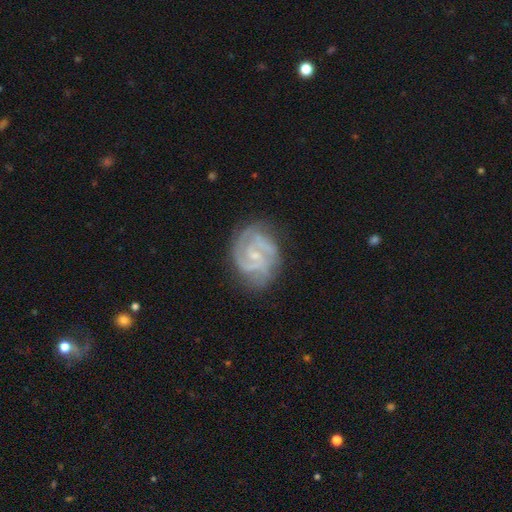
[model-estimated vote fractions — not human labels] This appears to be a featured or disk galaxy (87%) with a weak bar (48%), 2 (48%) tight (50%) spiral arms (97%) and a small central bulge (70%). Merging: none (73%).